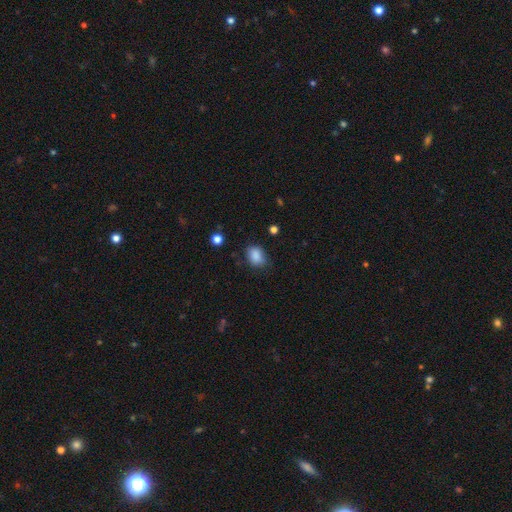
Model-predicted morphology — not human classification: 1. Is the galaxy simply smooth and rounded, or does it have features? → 86% smooth, 9% star or artifact, 5% featured or disk.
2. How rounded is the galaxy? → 68% in between, 31% round, 1% cigar-shaped.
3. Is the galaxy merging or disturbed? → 73% none, 20% minor disturbance, 5% major disturbance, 2% merger.